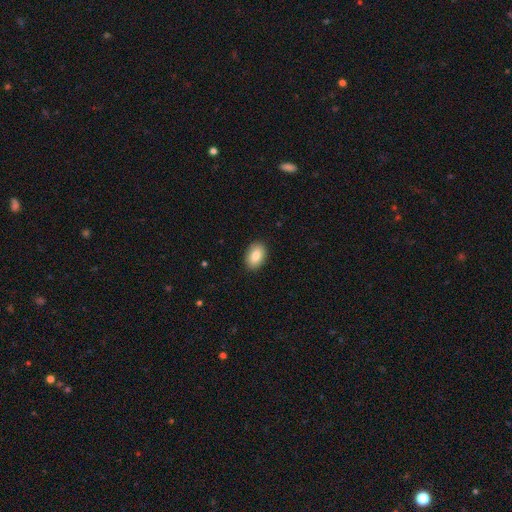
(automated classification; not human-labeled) Smooth or featured?
  - smooth: 86% *
  - star or artifact: 7%
  - featured or disk: 7%
How rounded?
  - in between: 88% *
  - round: 11%
  - cigar-shaped: 1%
Merging?
  - none: 89% *
  - minor disturbance: 8%
  - major disturbance: 2%
  - merger: 1%